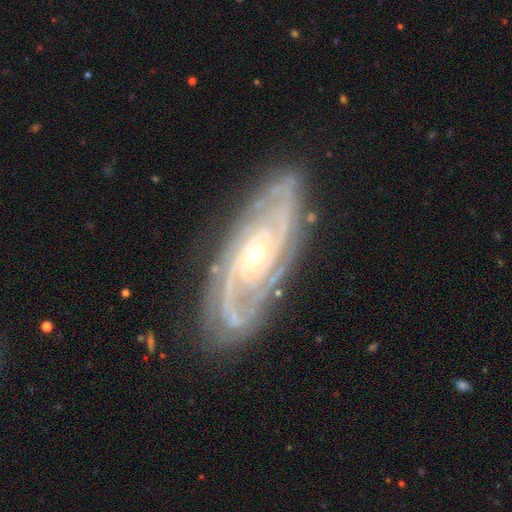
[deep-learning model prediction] Overall: featured or disk (90%). Edge-on disk: no (93%). Bar: no (67%). Spiral arms: yes (98%). Spiral arm count: 2 (42%; 3 22%). Spiral winding: tight (59%; medium 35%). Bulge size: small (71%). Merging: none (81%).